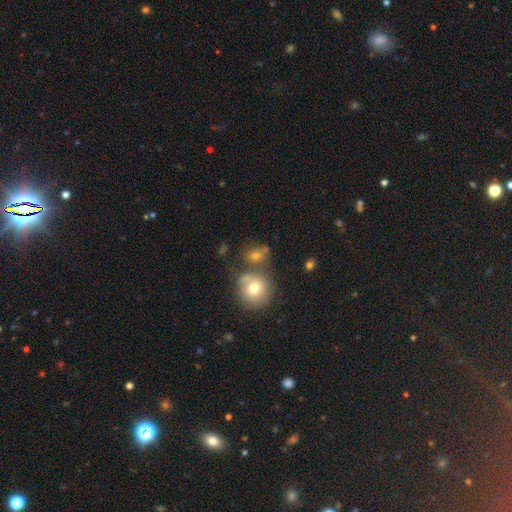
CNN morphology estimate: This appears to be a smooth galaxy with no disk features (70%) that is round (75%). Merging: none (55%).